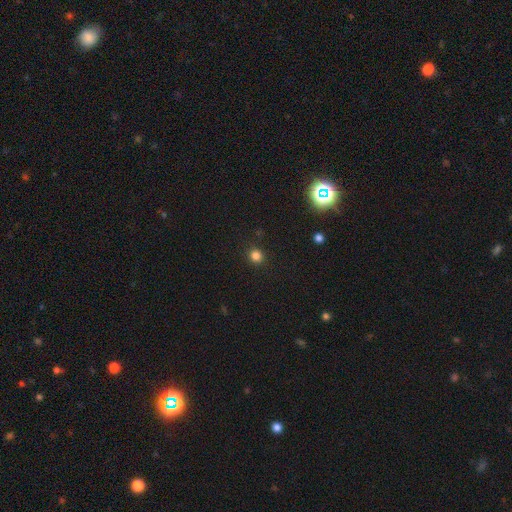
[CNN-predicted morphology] Q: Smooth or featured?
A: smooth (82%); runner-up: star or artifact (14%)
Q: How rounded?
A: round (91%); runner-up: in between (8%)
Q: Merging?
A: none (91%); runner-up: minor disturbance (6%)